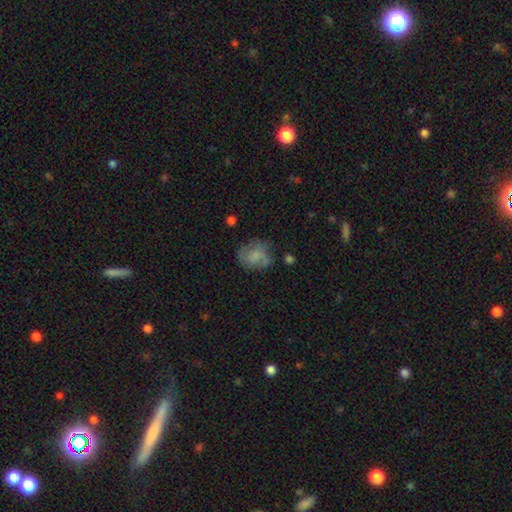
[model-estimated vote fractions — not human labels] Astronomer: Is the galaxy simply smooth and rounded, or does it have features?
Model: smooth — 62%.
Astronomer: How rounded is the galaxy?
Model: round — 58% (runner-up: in between, 41%).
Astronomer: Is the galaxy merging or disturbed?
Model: none — 55%.